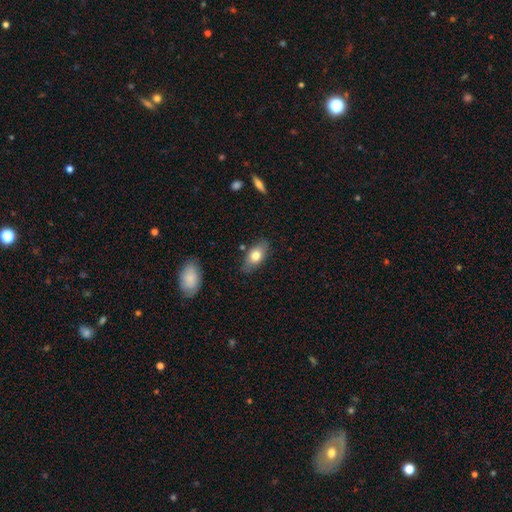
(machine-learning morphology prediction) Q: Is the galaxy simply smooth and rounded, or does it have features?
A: smooth — 73%.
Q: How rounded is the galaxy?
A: in between — 88%.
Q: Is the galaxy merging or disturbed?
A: none — 79%.